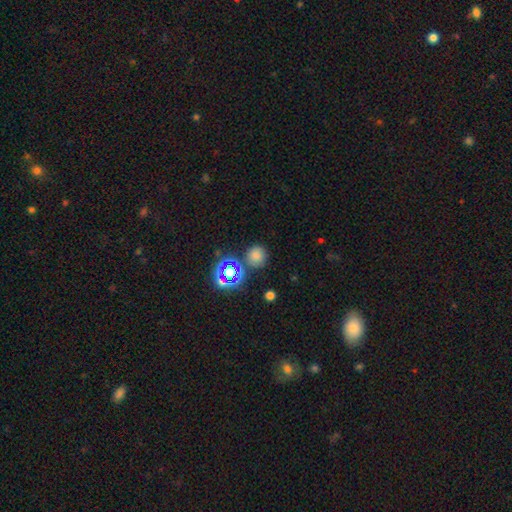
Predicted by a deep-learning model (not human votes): Smooth or featured? Predicted: smooth (p=0.68). How rounded? Predicted: round (p=0.88). Merging? Predicted: none (p=0.77).